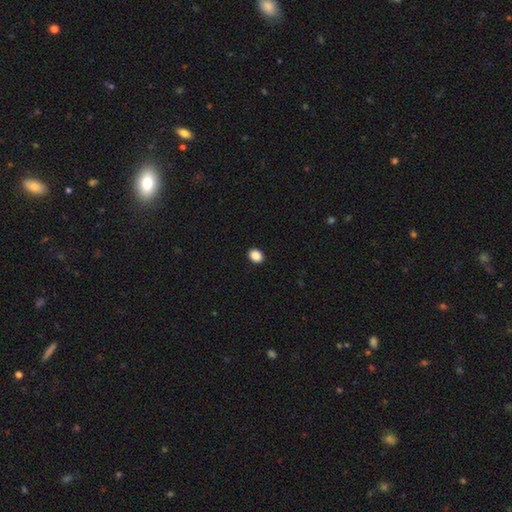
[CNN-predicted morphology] smooth_or_featured: smooth (p=0.89) [alt: star or artifact p=0.09]
how_rounded: in between (p=0.62) [alt: round p=0.37]
merging: none (p=0.92) [alt: minor disturbance p=0.06]